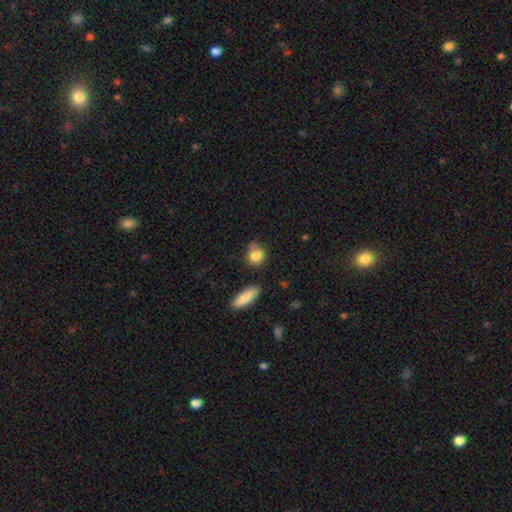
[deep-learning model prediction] This is clearly a smooth galaxy (83%). How rounded: likely round (63%). Merging: possibly none (57%).